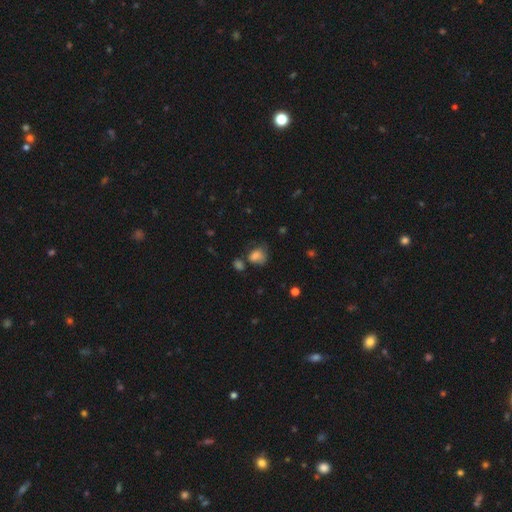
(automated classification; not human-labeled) Q: Smooth or featured?
A: smooth (77%); runner-up: star or artifact (13%)
Q: How rounded?
A: in between (53%); runner-up: round (46%)
Q: Merging?
A: none (39%); runner-up: minor disturbance (28%)